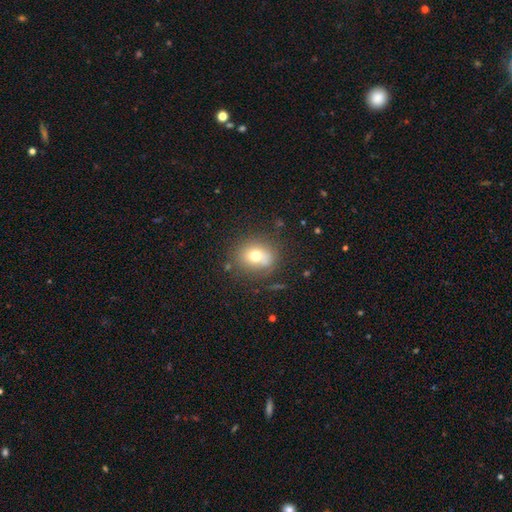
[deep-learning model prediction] Smooth or featured? Predicted: smooth (p=0.70). How rounded? Predicted: round (p=0.68). Merging? Predicted: none (p=0.77).